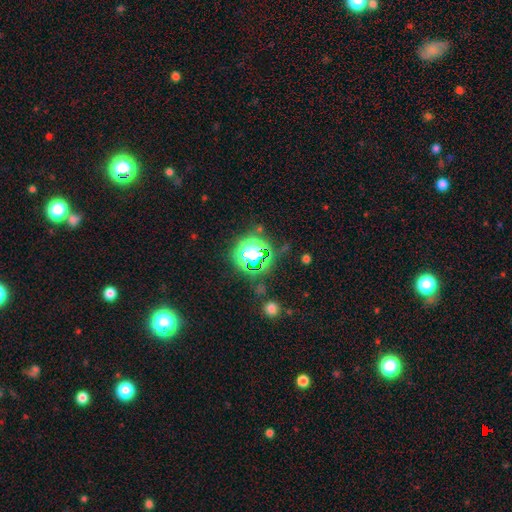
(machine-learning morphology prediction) type=star or artifact (60%).